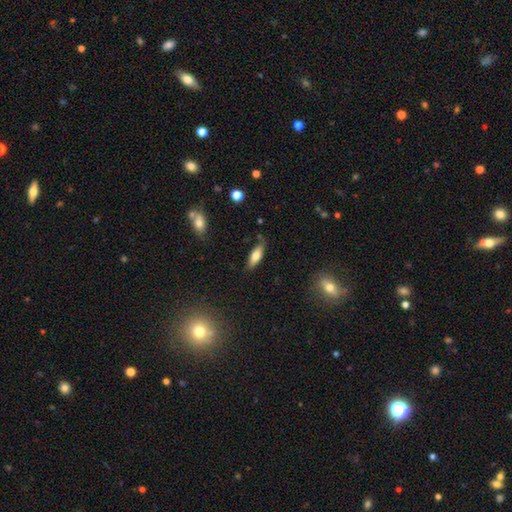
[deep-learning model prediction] Smooth or featured?
  - smooth: 73% *
  - featured or disk: 20%
  - star or artifact: 7%
How rounded?
  - in between: 61% *
  - cigar-shaped: 37%
  - round: 2%
Merging?
  - none: 77% *
  - minor disturbance: 17%
  - major disturbance: 3%
  - merger: 3%